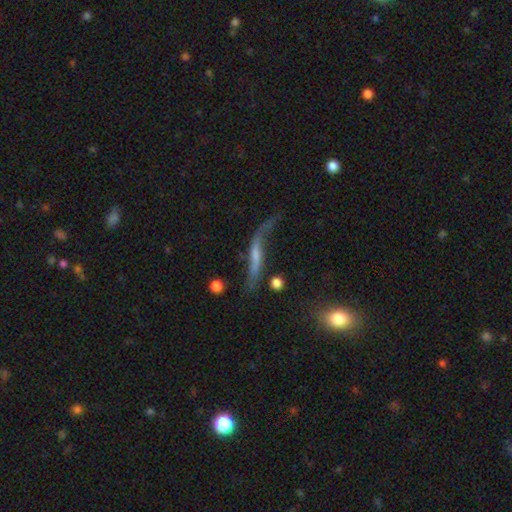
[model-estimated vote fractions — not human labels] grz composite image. It shows a featured or disk galaxy (69%). Merging: none (42%).